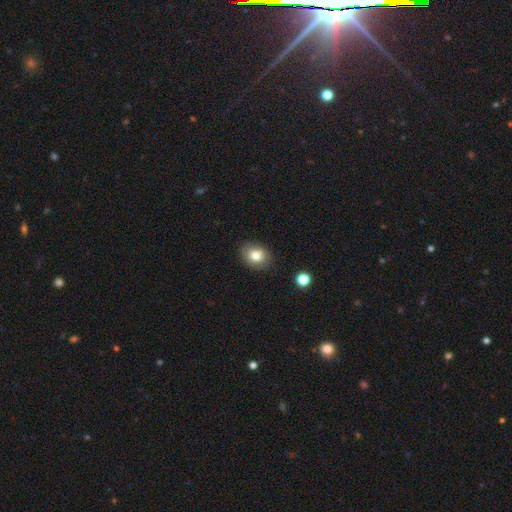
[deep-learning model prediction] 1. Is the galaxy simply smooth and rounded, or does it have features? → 78% smooth, 12% featured or disk, 10% star or artifact.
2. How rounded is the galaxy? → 55% in between, 44% round, 1% cigar-shaped.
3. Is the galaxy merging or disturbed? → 83% none, 12% minor disturbance, 3% major disturbance, 2% merger.